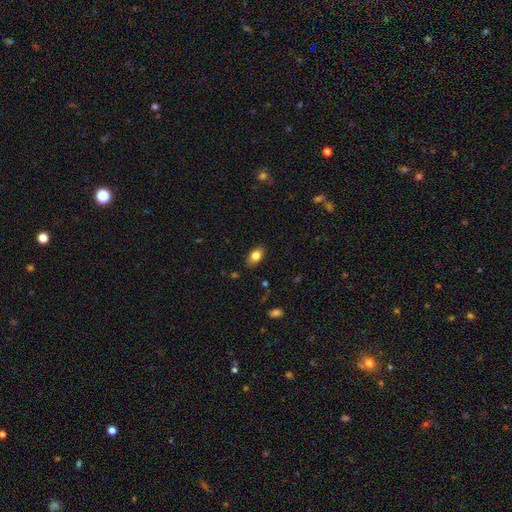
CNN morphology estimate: This is clearly a smooth galaxy (82%). How rounded: clearly in between (88%). Merging: clearly none (85%).